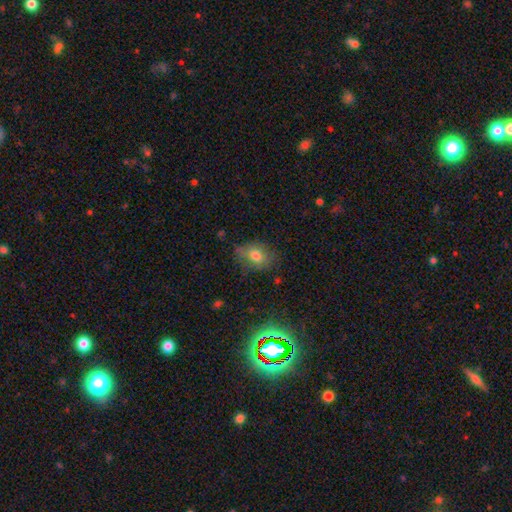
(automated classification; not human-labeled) A smooth galaxy with no disk features (72%) that is in between round and cigar-shaped (67%). Merging: none (65%).